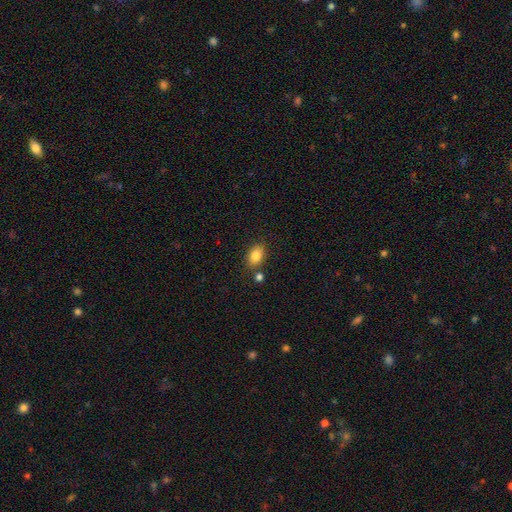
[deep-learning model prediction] A smooth galaxy with no disk features (84%) that is in between round and cigar-shaped (81%). Merging: none (77%).